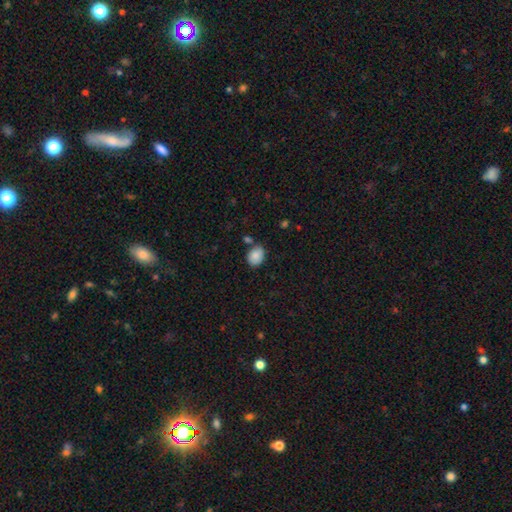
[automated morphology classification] smooth_or_featured: smooth (p=0.86) [alt: star or artifact p=0.08]
how_rounded: in between (p=0.65) [alt: round p=0.34]
merging: none (p=0.70) [alt: minor disturbance p=0.18]